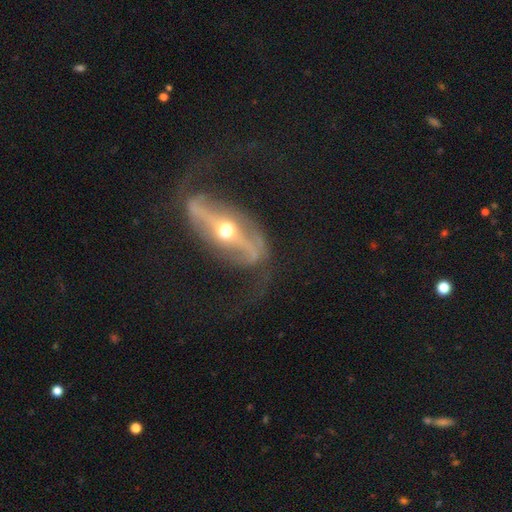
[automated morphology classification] featured or disk 88%, smooth 7%, star or artifact 5%. Down the decision tree: edge-on disk — no (80%); bar — strong (71%); spiral arms — yes (85%); spiral arm count — 2 (92%); spiral winding — loose (58%); bulge size — moderate (73%); merging — none (69%).